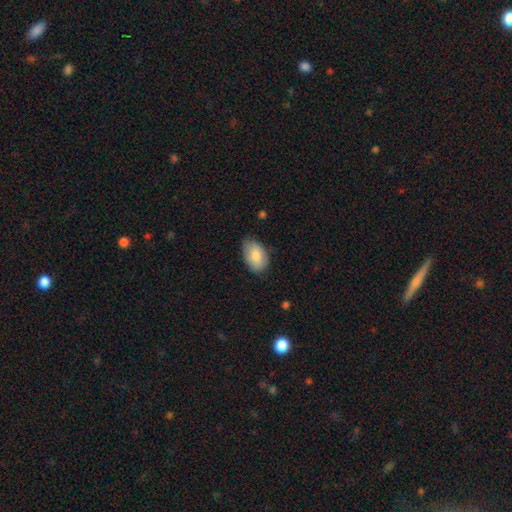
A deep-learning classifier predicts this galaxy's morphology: smooth 83%, featured or disk 11%, star or artifact 6%. Down the decision tree: how rounded — in between (91%); merging — none (71%).